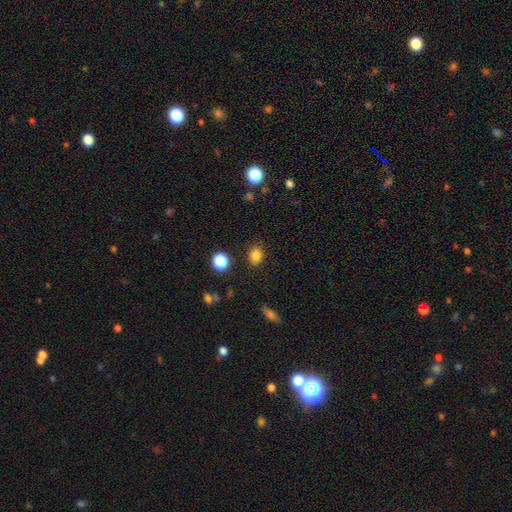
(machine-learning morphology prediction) This is clearly a smooth galaxy (82%). How rounded: possibly round (59%). Merging: clearly none (86%).